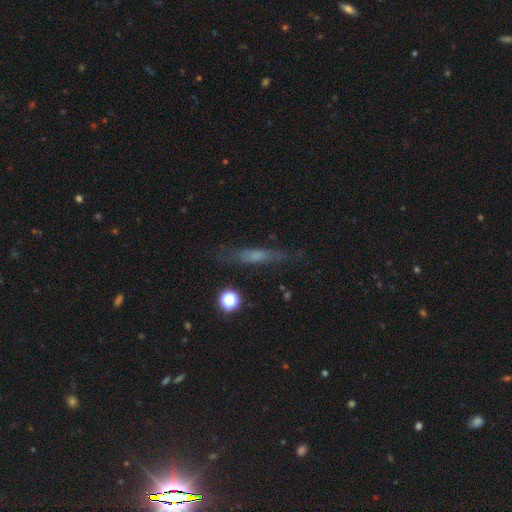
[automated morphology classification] Smooth or featured? Predicted: smooth (p=0.46). Merging? Predicted: none (p=0.74).